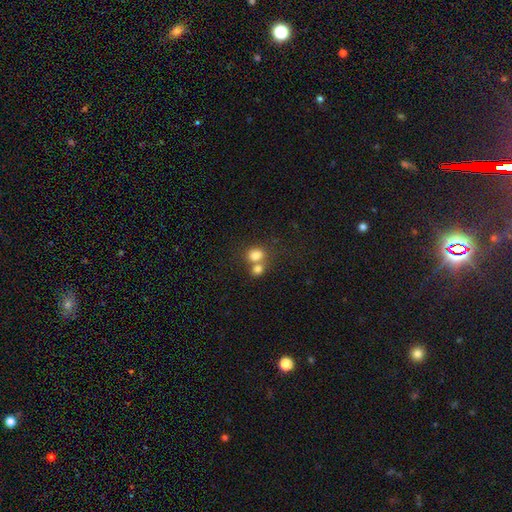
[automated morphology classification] Overall: smooth (80%). How rounded: round (51%; in between 48%). Merging: merger (52%; none 36%).